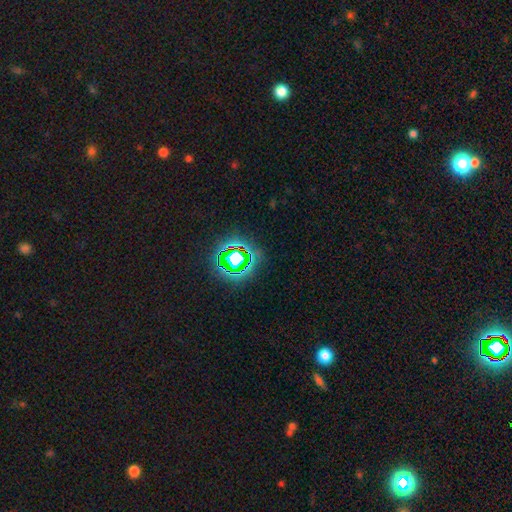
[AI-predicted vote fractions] This appears to be a star or artifact, not a galaxy (76%).